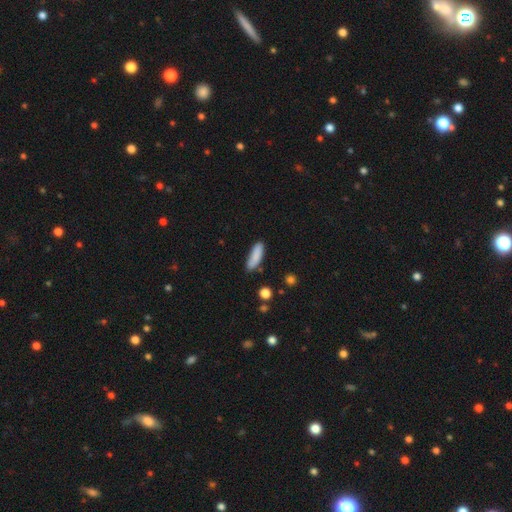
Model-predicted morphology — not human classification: smooth-or-featured: smooth: 85% | featured or disk: 8% | star or artifact: 7%
  how-rounded: in between: 51% | cigar-shaped: 47% | round: 2%
  merging: none: 71% | minor disturbance: 21% | major disturbance: 4% | merger: 4%